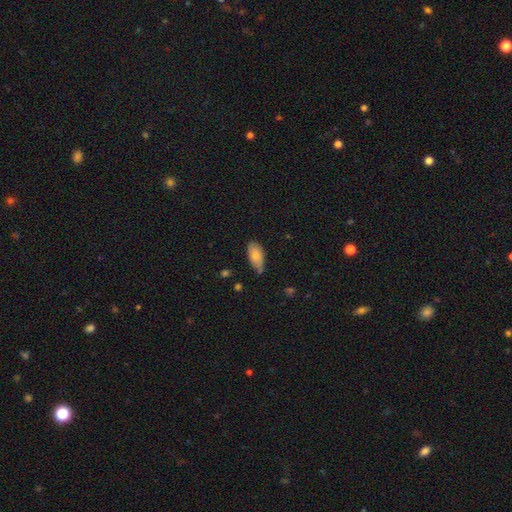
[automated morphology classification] A smooth galaxy with no disk features (80%) that is in between round and cigar-shaped (89%). Merging: none (61%).